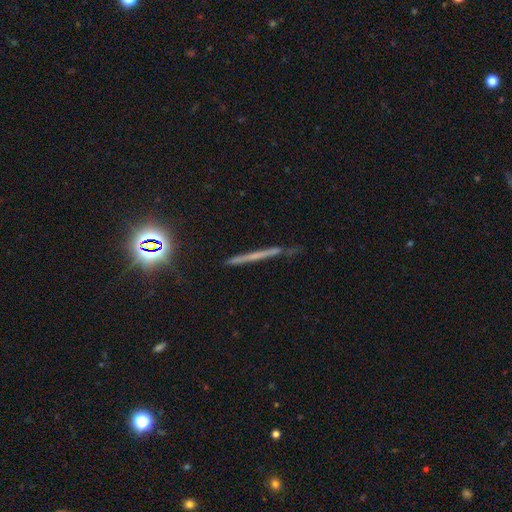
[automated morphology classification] smooth_or_featured: featured or disk (p=0.46) [alt: smooth p=0.32]
merging: none (p=0.82) [alt: minor disturbance p=0.12]